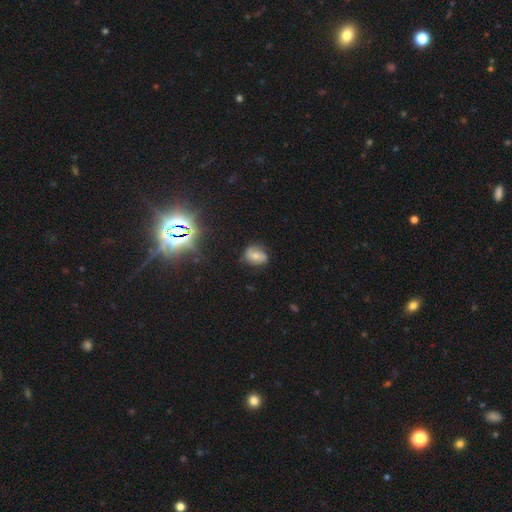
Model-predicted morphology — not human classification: type=featured or disk (47%); merging=none (70%).